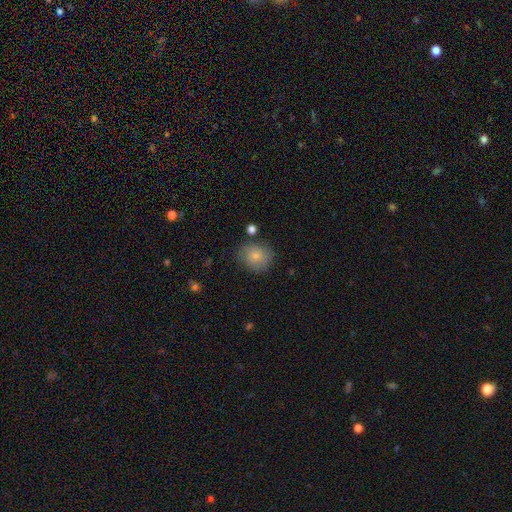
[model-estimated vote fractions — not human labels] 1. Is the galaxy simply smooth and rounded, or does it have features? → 78% smooth, 14% featured or disk, 8% star or artifact.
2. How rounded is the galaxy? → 73% round, 26% in between, 1% cigar-shaped.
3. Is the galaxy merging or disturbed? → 73% none, 18% minor disturbance, 5% major disturbance, 4% merger.